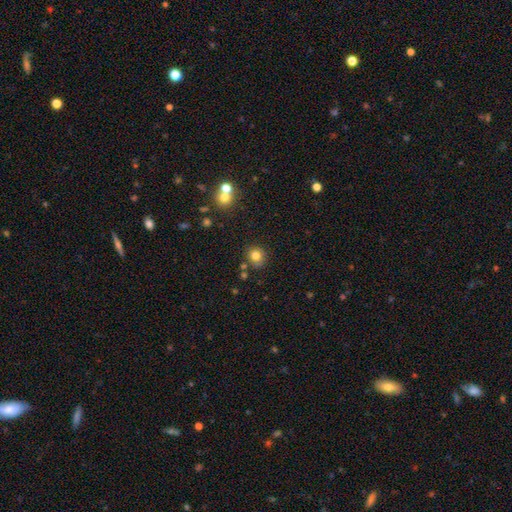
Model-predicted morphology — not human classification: smooth-or-featured: smooth: 80% | star or artifact: 13% | featured or disk: 7%
  how-rounded: round: 85% | in between: 15% | cigar-shaped: 1%
  merging: none: 78% | minor disturbance: 11% | merger: 7% | major disturbance: 3%